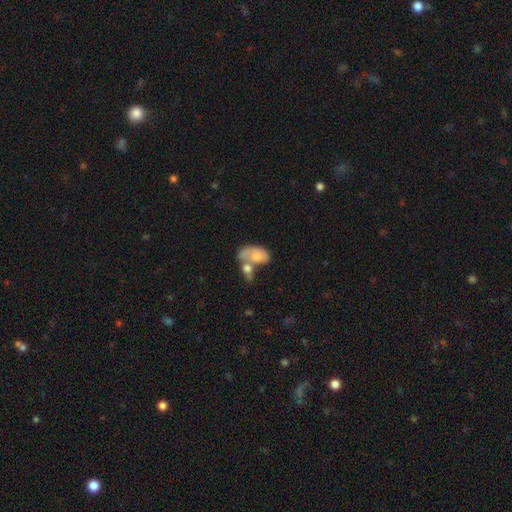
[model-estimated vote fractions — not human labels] Smooth or featured: smooth — 68% (featured or disk — 25%)
How rounded: in between — 90% (round — 9%)
Merging: merger — 62% (none — 16%)